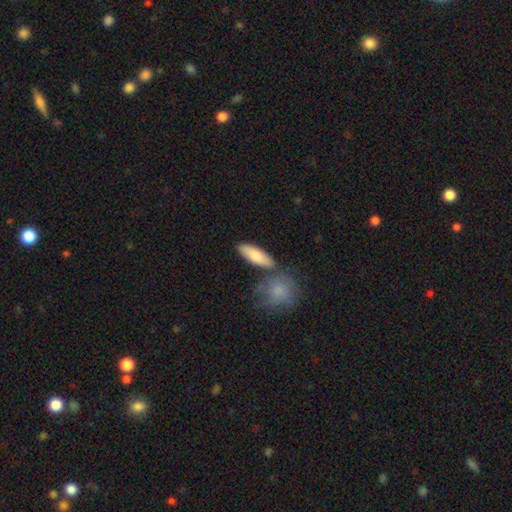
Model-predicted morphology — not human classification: Overall: smooth (80%). How rounded: in between (60%; cigar-shaped 37%). Merging: none (70%).